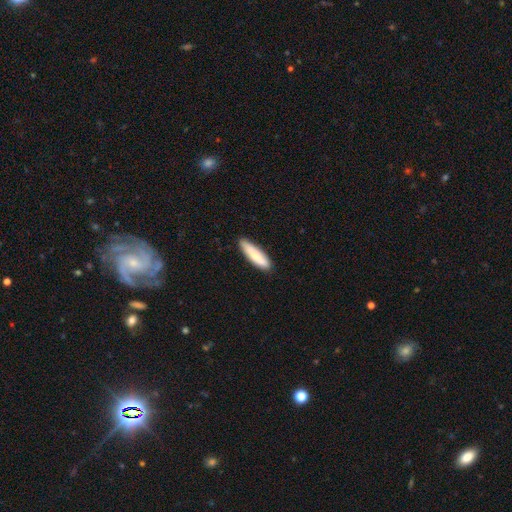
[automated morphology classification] A smooth galaxy with no disk features (77%) that is cigar-shaped (68%).

Vote fractions:
- Smooth or featured? smooth: 77% / featured or disk: 18% / star or artifact: 5%
- How rounded? cigar-shaped: 68% / in between: 30% / round: 2%
- Merging? none: 85% / minor disturbance: 12% / major disturbance: 2% / merger: 1%